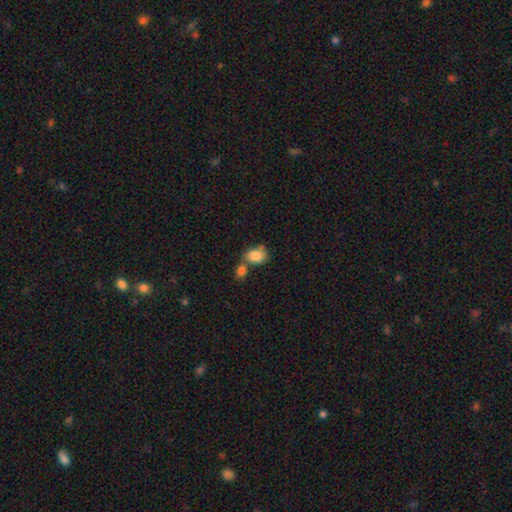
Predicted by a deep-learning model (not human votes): Morphology: type=smooth (85%); roundness=in between (70%); merging=merger (41%).